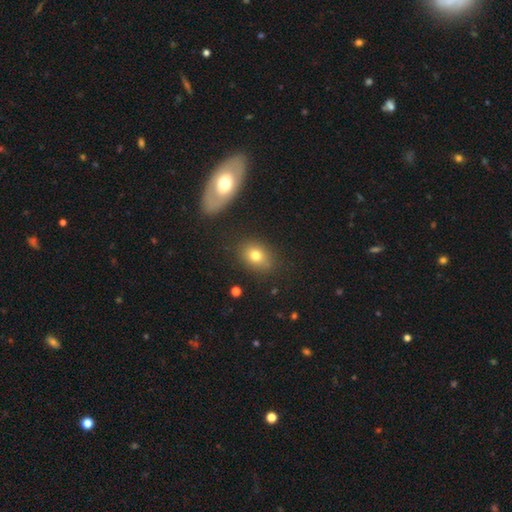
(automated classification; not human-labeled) Morphology: type=smooth (76%); roundness=in between (60%); merging=none (83%).